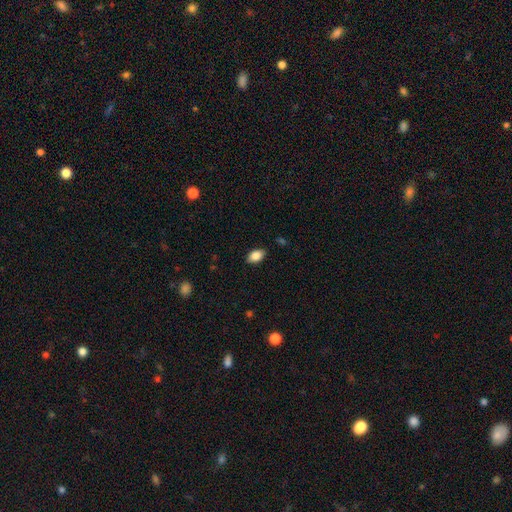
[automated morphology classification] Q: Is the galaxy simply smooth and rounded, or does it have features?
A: smooth — 85%.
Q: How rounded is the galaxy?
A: in between — 90%.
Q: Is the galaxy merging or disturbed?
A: none — 84%.